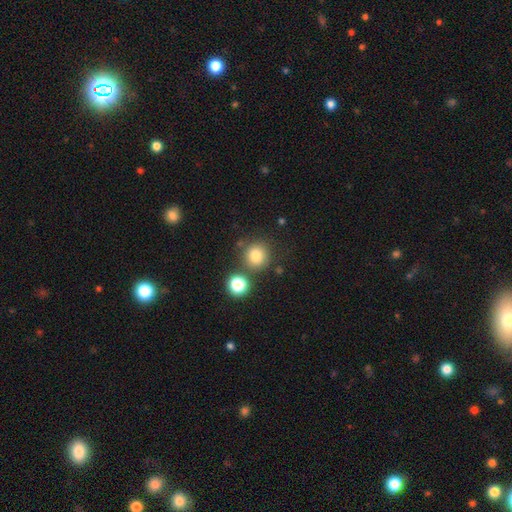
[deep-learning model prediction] Q: Smooth or featured?
A: smooth (80%); runner-up: star or artifact (13%)
Q: How rounded?
A: round (91%); runner-up: in between (8%)
Q: Merging?
A: none (77%); runner-up: merger (11%)